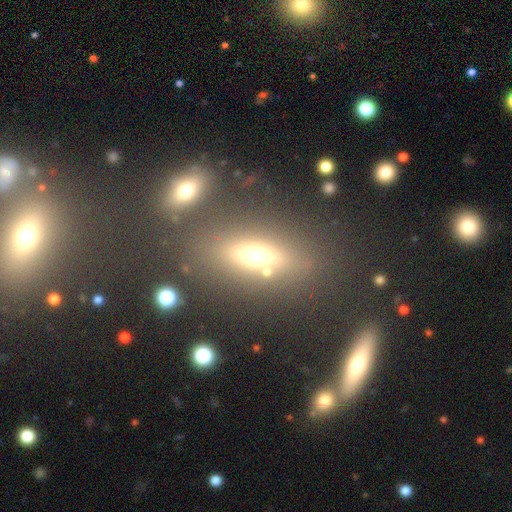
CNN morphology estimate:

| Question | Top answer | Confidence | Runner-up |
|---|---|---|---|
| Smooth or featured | smooth | 55% | featured or disk (29%) |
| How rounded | in between | 65% | cigar-shaped (26%) |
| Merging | none | 72% | minor disturbance (11%) |